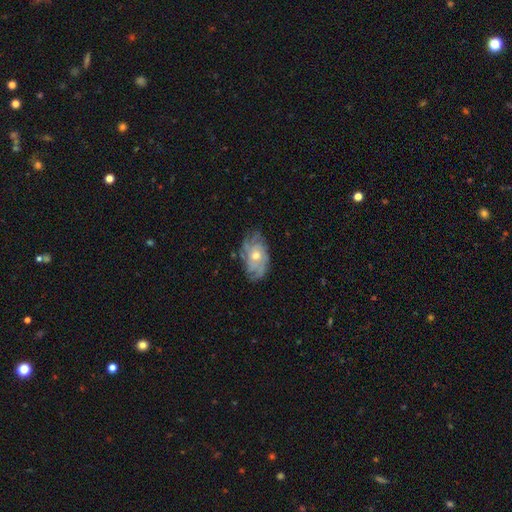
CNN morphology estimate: Smooth or featured: featured or disk — 75% (smooth — 17%)
Edge-on disk: no — 95% (yes — 5%)
Bar: no — 80% (weak — 17%)
Spiral arms: yes — 88% (no — 12%)
Spiral winding: tight — 57% (medium — 31%)
Spiral arm count: can't tell — 44% (3 — 17%)
Bulge size: moderate — 65% (small — 30%)
Merging: none — 73% (minor disturbance — 19%)